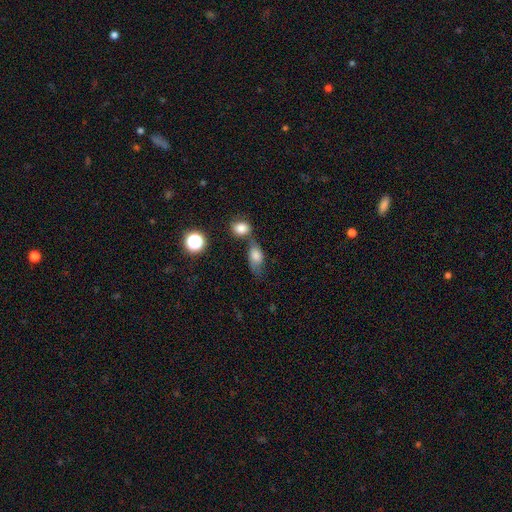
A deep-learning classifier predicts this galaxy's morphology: Overall: smooth (71%). How rounded: in between (77%). Merging: none (39%; merger 31%).